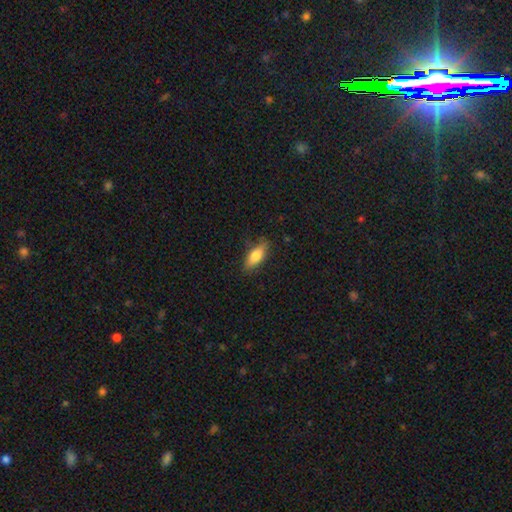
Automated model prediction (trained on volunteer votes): Q: Smooth or featured?
A: smooth (75%); runner-up: featured or disk (18%)
Q: How rounded?
A: in between (69%); runner-up: cigar-shaped (28%)
Q: Merging?
A: none (79%); runner-up: minor disturbance (16%)